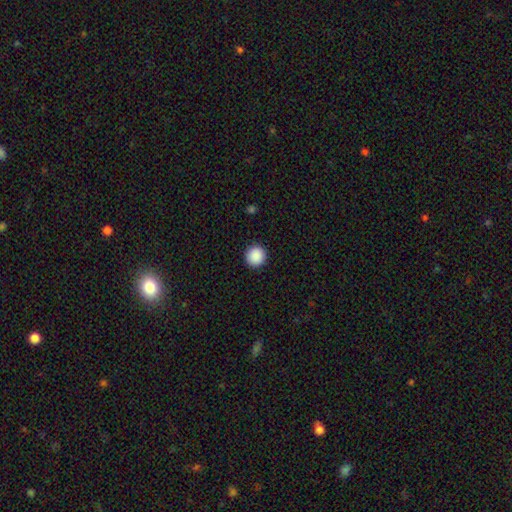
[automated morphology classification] smooth 89%, star or artifact 8%, featured or disk 2%. Down the decision tree: how rounded — round (95%); merging — none (93%).